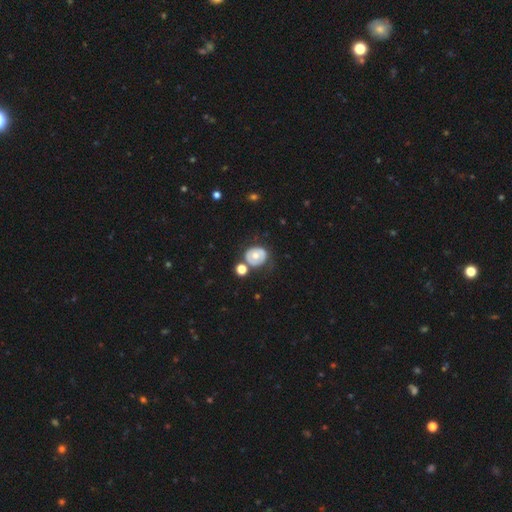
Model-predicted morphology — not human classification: smooth_or_featured: smooth (p=0.50) [alt: featured or disk p=0.42]
merging: none (p=0.61) [alt: minor disturbance p=0.18]